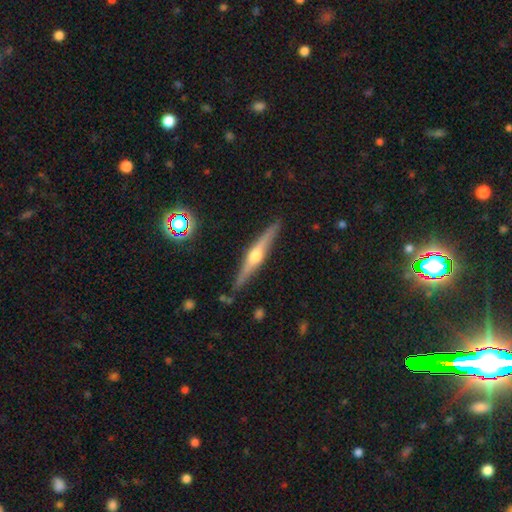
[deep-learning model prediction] Smooth or featured?
  - featured or disk: 75% *
  - smooth: 19%
  - star or artifact: 6%
Edge-on disk?
  - yes: 97% *
  - no: 3%
Edge-on bulge?
  - rounded: 93% *
  - boxy: 4%
  - none: 3%
Merging?
  - none: 88% *
  - minor disturbance: 9%
  - merger: 2%
  - major disturbance: 2%